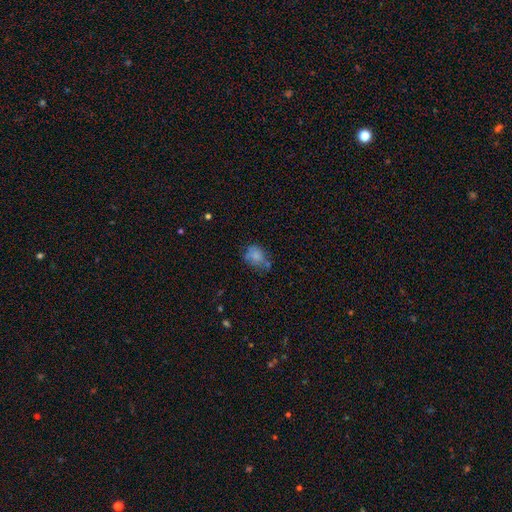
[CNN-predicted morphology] Overall: smooth (74%). How rounded: round (50%; in between 49%). Merging: none (49%; minor disturbance 28%).